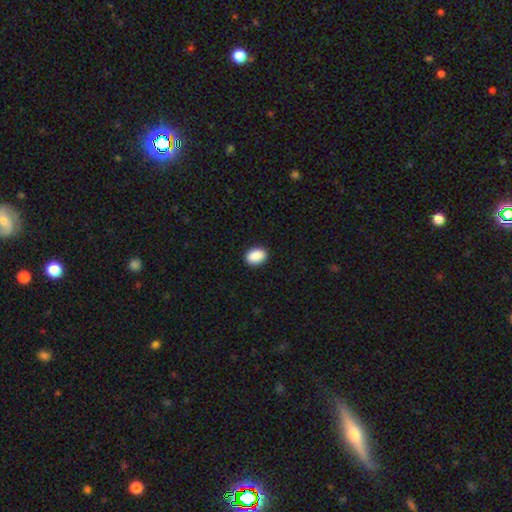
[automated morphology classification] smooth 91%, star or artifact 7%, featured or disk 2%. Down the decision tree: how rounded — in between (82%); merging — none (91%).